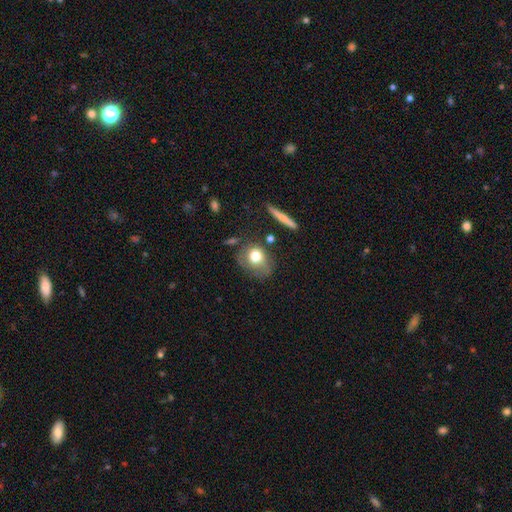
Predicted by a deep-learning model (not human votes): A smooth galaxy with no disk features (67%) that is round (64%).

Vote fractions:
- Smooth or featured? smooth: 67% / featured or disk: 24% / star or artifact: 9%
- How rounded? round: 64% / in between: 35% / cigar-shaped: 2%
- Merging? none: 54% / minor disturbance: 25% / major disturbance: 15% / merger: 7%